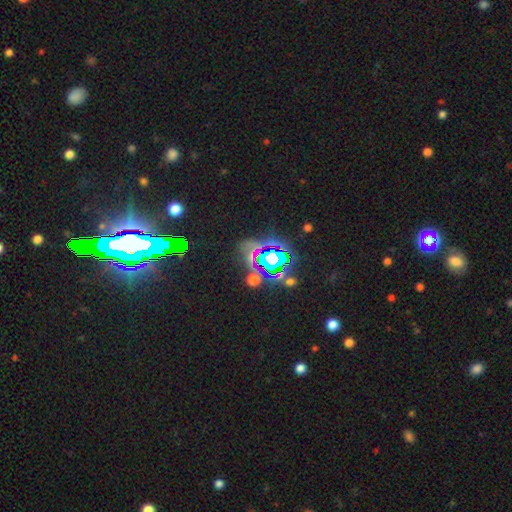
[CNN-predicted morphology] A star or artifact, not a galaxy (69%).

Vote fractions:
- Smooth or featured? star or artifact: 69% / smooth: 20% / featured or disk: 12%